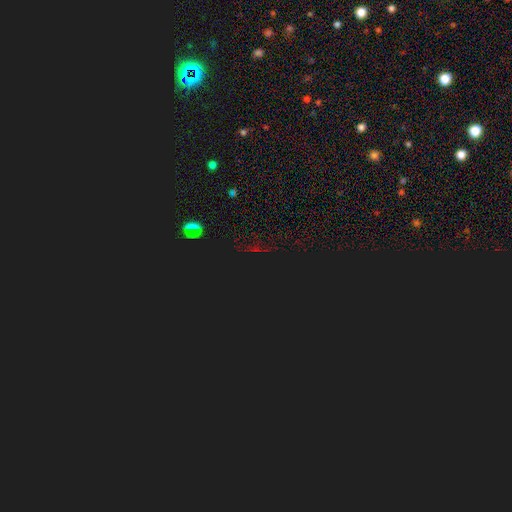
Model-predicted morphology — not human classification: Smooth or featured? star or artifact (84%)